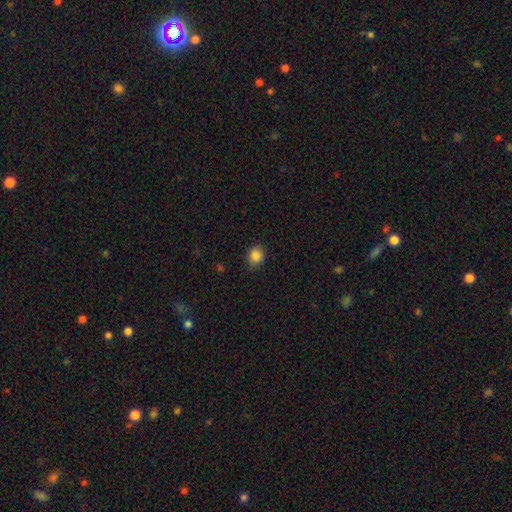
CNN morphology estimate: This is clearly a smooth galaxy (86%). How rounded: likely round (67%). Merging: clearly none (85%).